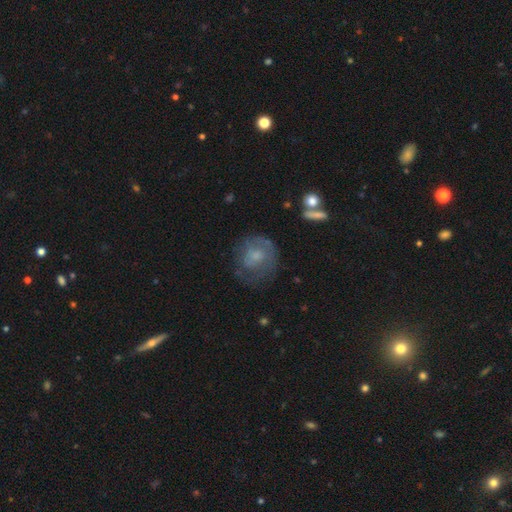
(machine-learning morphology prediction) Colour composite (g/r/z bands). It shows a featured or disk galaxy (47%). Merging: none (55%).